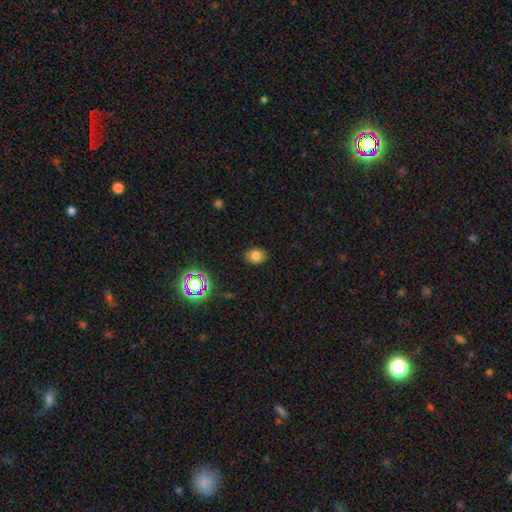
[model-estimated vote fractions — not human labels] This appears to be a smooth galaxy with no disk features (77%) that is in between round and cigar-shaped (57%). Merging: none (87%).